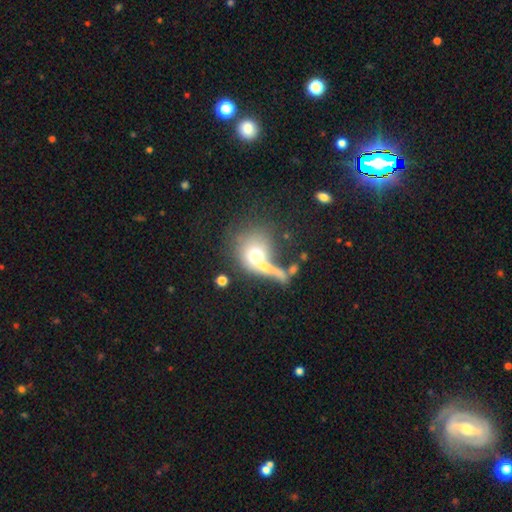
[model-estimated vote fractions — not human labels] This appears to be a smooth galaxy with no disk features (63%) that is round (73%). Merging: merger (44%).